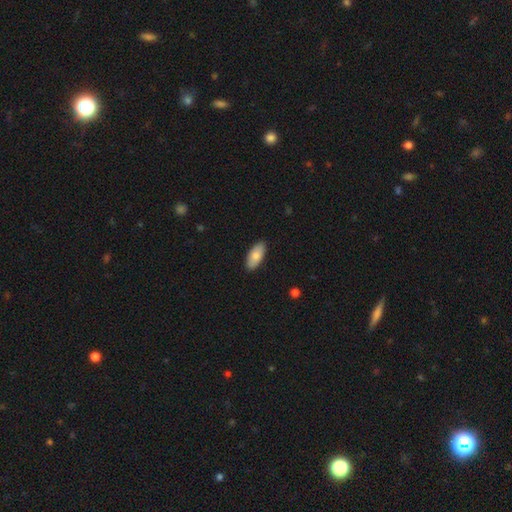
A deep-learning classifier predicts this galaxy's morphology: The model was most divided on "smooth or featured": smooth: 79%, featured or disk: 15%, star or artifact: 6%. More confident: how rounded — in between (89%); merging — none (89%).